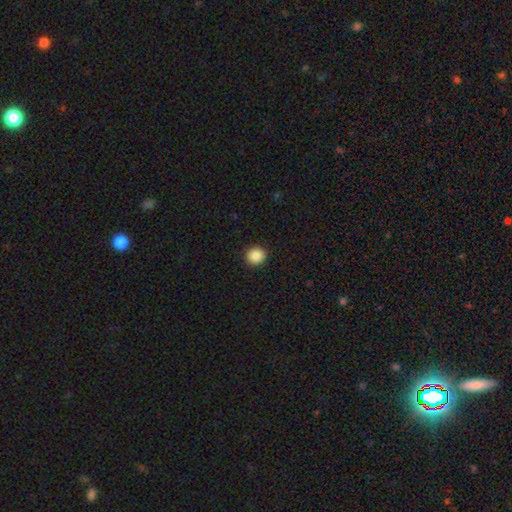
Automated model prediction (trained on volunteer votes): smooth_or_featured: smooth (p=0.87) [alt: star or artifact p=0.09]
how_rounded: round (p=0.90) [alt: in between p=0.09]
merging: none (p=0.92) [alt: minor disturbance p=0.05]